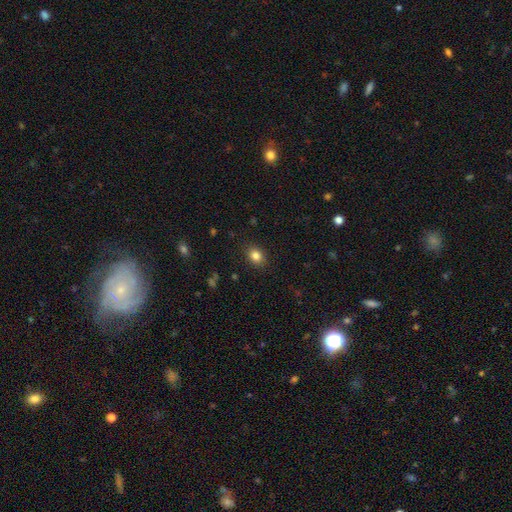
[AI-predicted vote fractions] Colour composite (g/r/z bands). It shows a smooth galaxy with no disk features (84%) that is in between round and cigar-shaped (52%). Merging: none (87%).